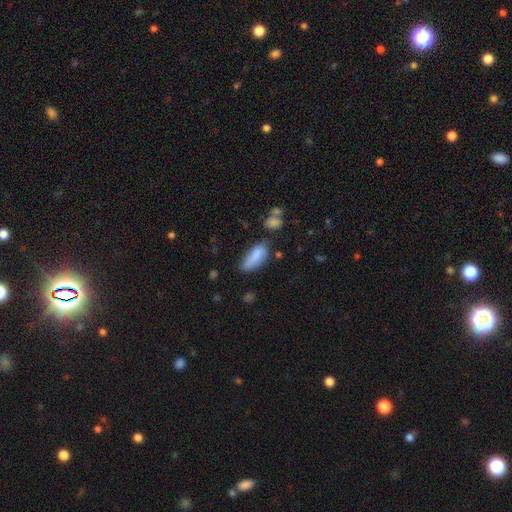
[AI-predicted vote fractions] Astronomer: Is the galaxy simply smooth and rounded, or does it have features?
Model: smooth — 80%.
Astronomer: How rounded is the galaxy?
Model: in between — 79%.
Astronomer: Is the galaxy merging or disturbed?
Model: none — 45% (runner-up: minor disturbance, 32%).